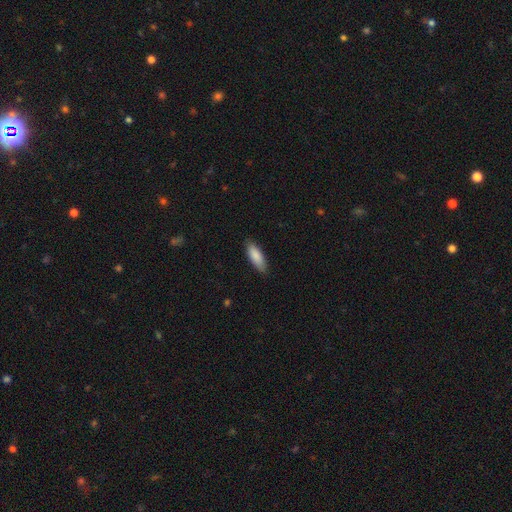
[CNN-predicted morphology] Smooth or featured? smooth (87%)
How rounded? in between (63%)
Merging? none (86%)